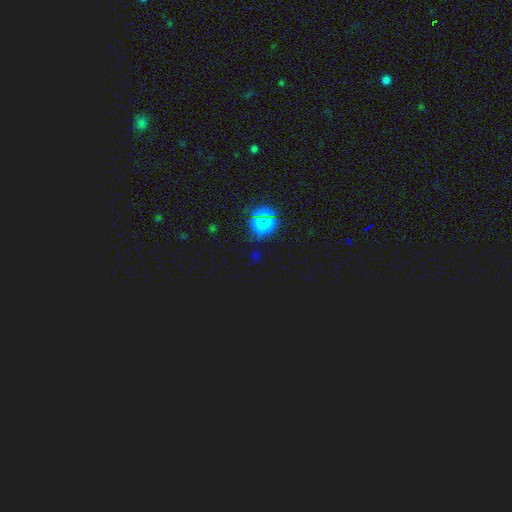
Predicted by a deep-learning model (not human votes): Smooth or featured? Predicted: star or artifact (p=0.74).